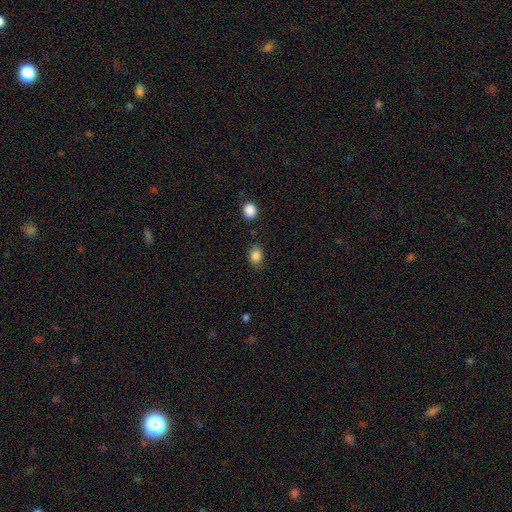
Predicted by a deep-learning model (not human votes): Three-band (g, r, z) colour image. It shows a smooth galaxy with no disk features (86%) that is in between round and cigar-shaped (58%). Merging: none (76%).